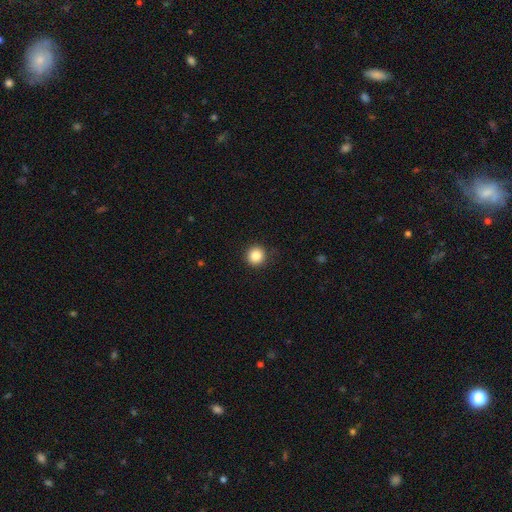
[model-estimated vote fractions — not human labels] smooth 86%, star or artifact 10%, featured or disk 4%. Down the decision tree: how rounded — round (95%); merging — none (90%).